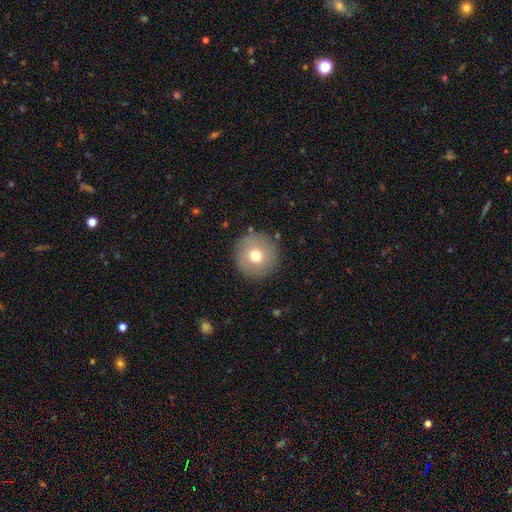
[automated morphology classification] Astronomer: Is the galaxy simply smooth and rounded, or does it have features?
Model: smooth — 71%.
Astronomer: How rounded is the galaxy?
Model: round — 96%.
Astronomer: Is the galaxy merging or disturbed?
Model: none — 89%.